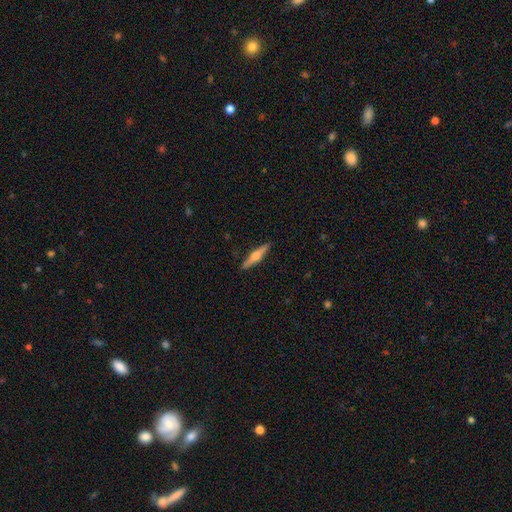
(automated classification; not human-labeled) This is possibly a featured or disk galaxy (56%). It is clearly viewed edge-on (97%). Edge-on bulge: clearly rounded (87%). Merging: clearly none (89%).